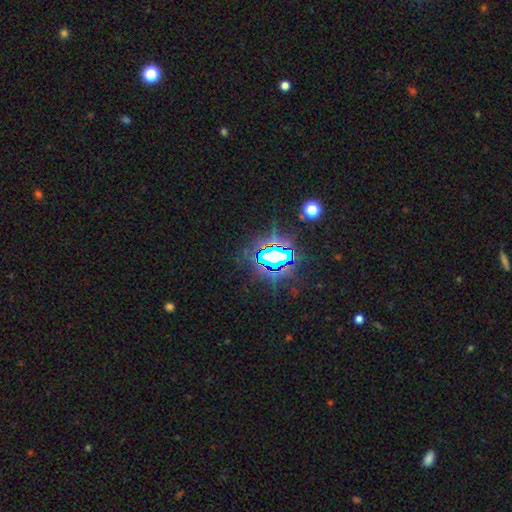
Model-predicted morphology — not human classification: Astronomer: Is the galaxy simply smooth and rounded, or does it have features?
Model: star or artifact — 79%.